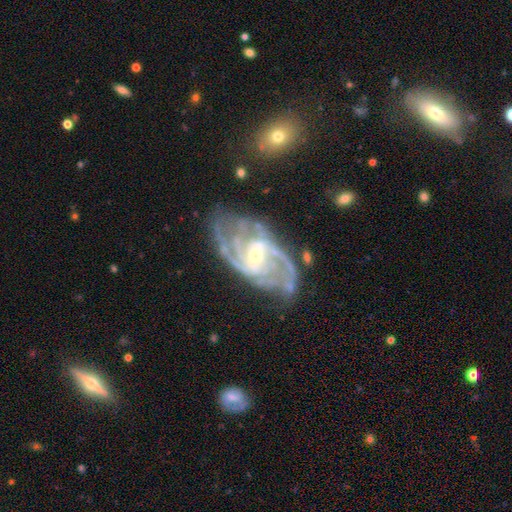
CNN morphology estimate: Overall: featured or disk (91%). Edge-on disk: no (97%). Bar: weak (46%; no 30%). Spiral arms: yes (98%). Spiral arm count: 2 (35%; 3 24%). Spiral winding: medium (47%; tight 41%). Bulge size: small (65%; moderate 30%). Merging: none (68%).